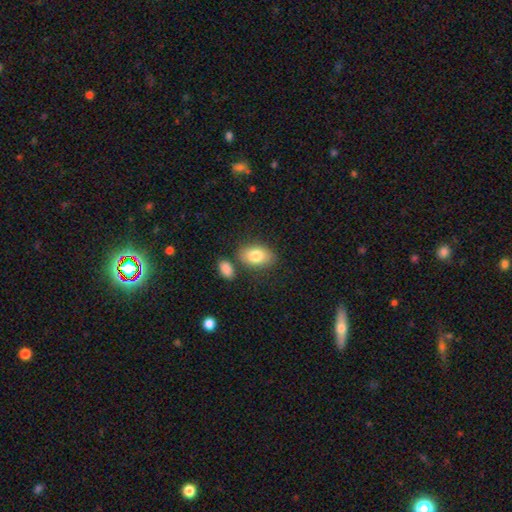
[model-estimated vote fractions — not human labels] This appears to be a smooth galaxy with no disk features (82%) that is in between round and cigar-shaped (88%). Merging: none (72%).